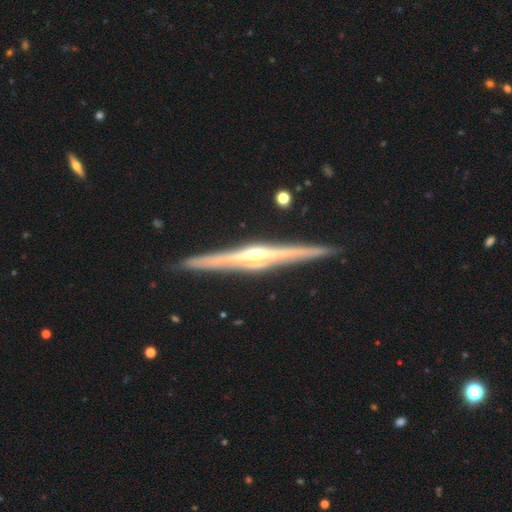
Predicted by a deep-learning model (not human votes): The model was most divided on "edge-on bulge": rounded: 84%, boxy: 10%, none: 6%. More confident: edge-on disk — yes (99%); merging — none (92%); smooth or featured — featured or disk (89%).